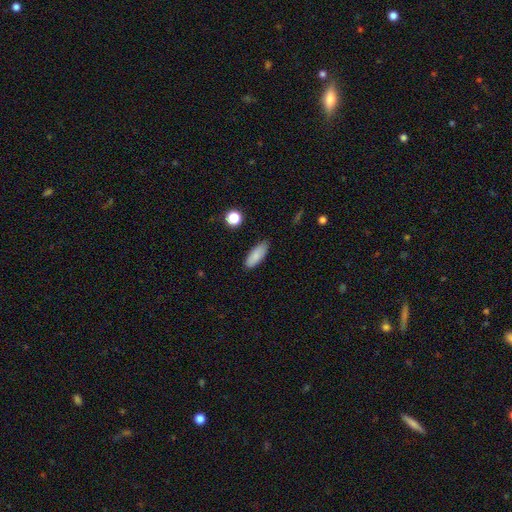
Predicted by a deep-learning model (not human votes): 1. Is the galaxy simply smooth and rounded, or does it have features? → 85% smooth, 7% star or artifact, 7% featured or disk.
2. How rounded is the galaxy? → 73% in between, 25% cigar-shaped, 2% round.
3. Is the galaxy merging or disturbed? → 84% none, 12% minor disturbance, 2% major disturbance, 1% merger.